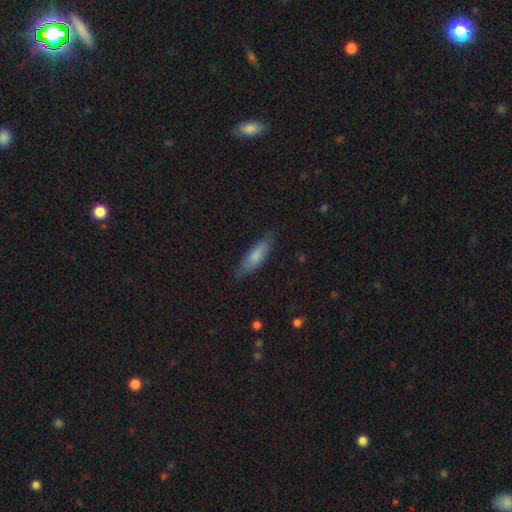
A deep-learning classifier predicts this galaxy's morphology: Smooth or featured: smooth — 77% (featured or disk — 17%)
How rounded: cigar-shaped — 55% (in between — 43%)
Merging: none — 80% (minor disturbance — 16%)